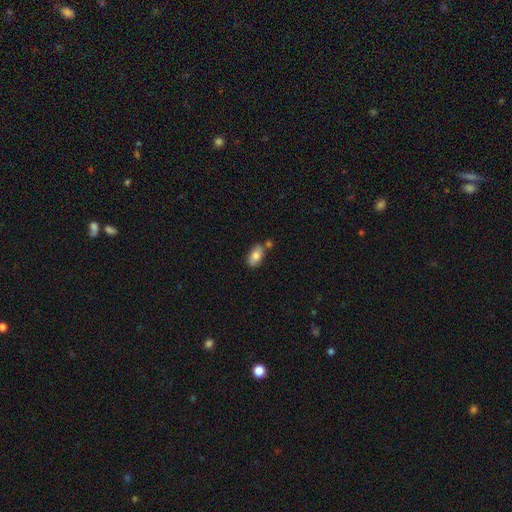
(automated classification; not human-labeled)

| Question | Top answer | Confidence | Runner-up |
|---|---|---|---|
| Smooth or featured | smooth | 81% | featured or disk (12%) |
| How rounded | in between | 92% | round (4%) |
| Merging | none | 69% | minor disturbance (14%) |